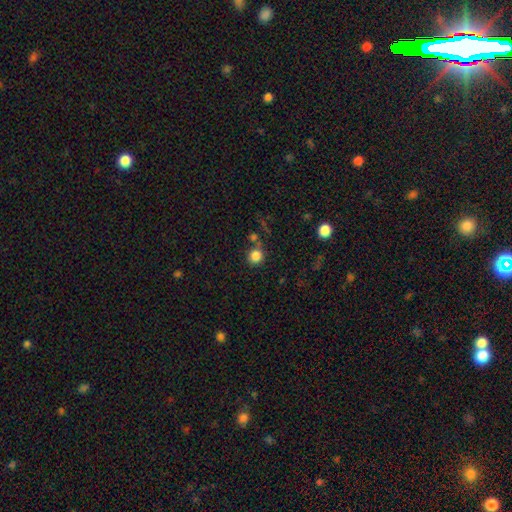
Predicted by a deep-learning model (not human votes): Smooth or featured?
  - smooth: 84% *
  - star or artifact: 11%
  - featured or disk: 5%
How rounded?
  - round: 90% *
  - in between: 9%
  - cigar-shaped: 1%
Merging?
  - none: 73% *
  - merger: 13%
  - minor disturbance: 10%
  - major disturbance: 4%